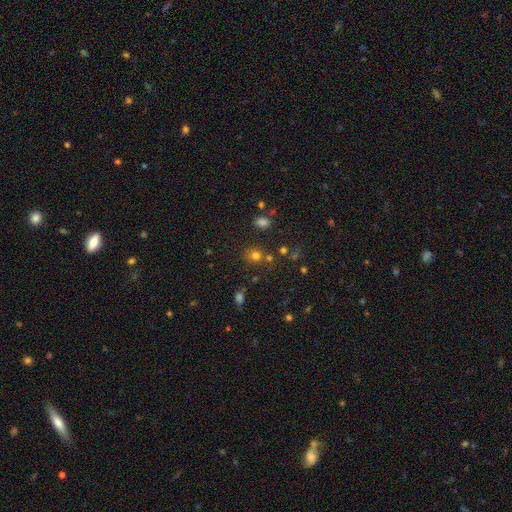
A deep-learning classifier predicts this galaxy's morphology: smooth_or_featured: smooth (p=0.72) [alt: star or artifact p=0.20]
how_rounded: round (p=0.80) [alt: in between p=0.19]
merging: none (p=0.74) [alt: merger p=0.11]